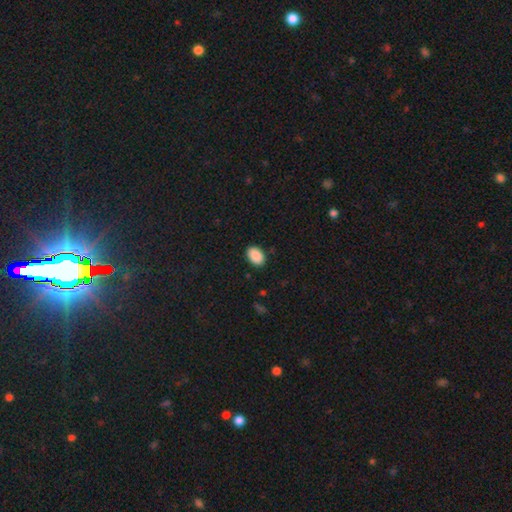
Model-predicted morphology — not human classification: smooth-or-featured: smooth: 90% | star or artifact: 7% | featured or disk: 3%
  how-rounded: in between: 84% | round: 15% | cigar-shaped: 1%
  merging: none: 89% | minor disturbance: 8% | major disturbance: 2% | merger: 1%